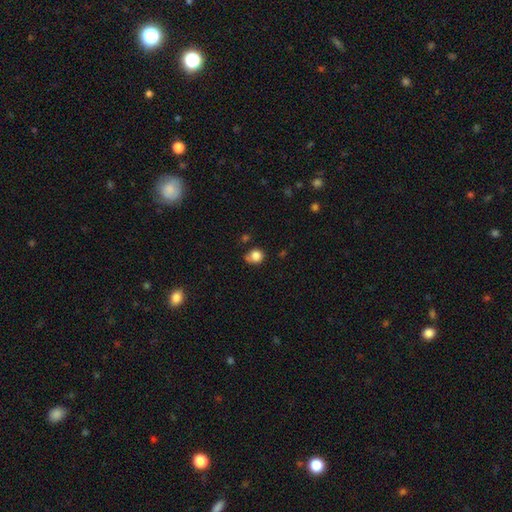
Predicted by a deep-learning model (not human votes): Morphology: type=smooth (82%); roundness=round (75%); merging=none (58%).